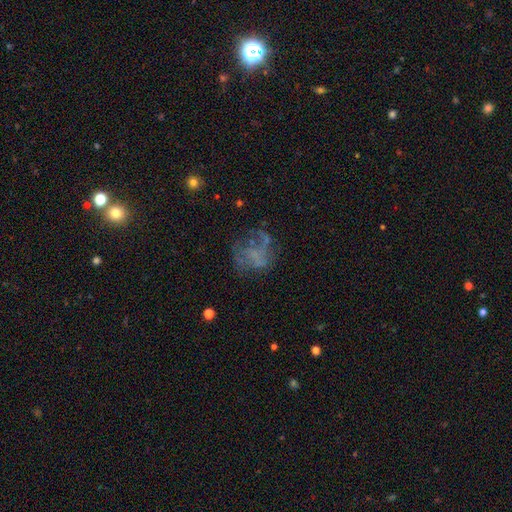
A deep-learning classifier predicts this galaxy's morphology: Smooth or featured? Predicted: featured or disk (p=0.53). Edge-on disk? Predicted: no (p=0.98). Bar? Predicted: no (p=0.81). Spiral arms? Predicted: no (p=0.67). Bulge size? Predicted: none (p=0.74). Merging? Predicted: none (p=0.48).